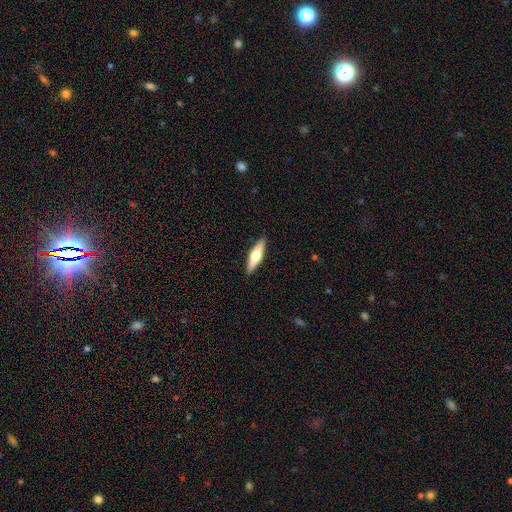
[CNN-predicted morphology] Smooth or featured? featured or disk (52%)
Edge-on disk? yes (95%)
Merging? none (90%)